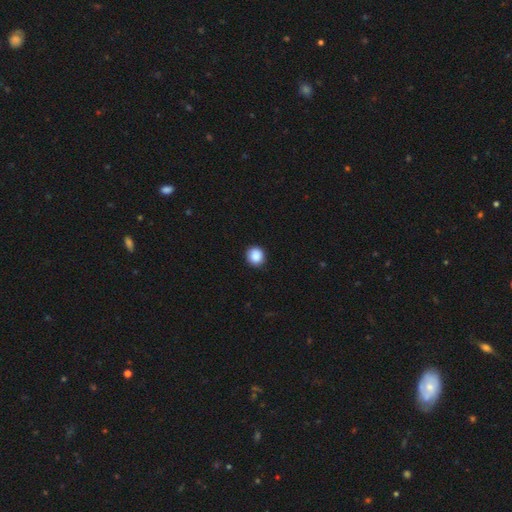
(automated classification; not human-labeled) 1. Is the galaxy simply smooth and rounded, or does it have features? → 89% smooth, 8% star or artifact, 3% featured or disk.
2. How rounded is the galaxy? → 89% round, 10% in between, 1% cigar-shaped.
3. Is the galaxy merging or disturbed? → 90% none, 7% minor disturbance, 2% major disturbance, 1% merger.